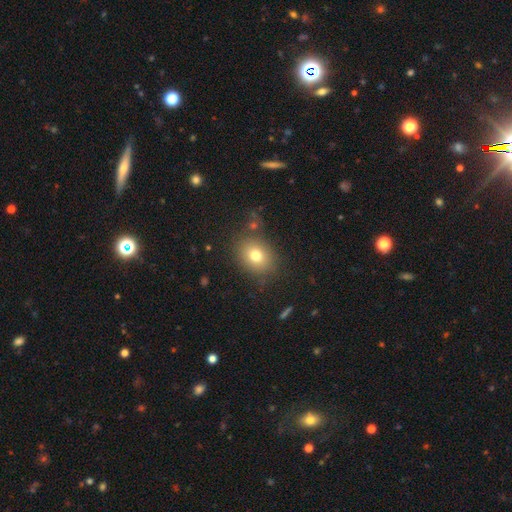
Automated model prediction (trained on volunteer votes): Smooth or featured?
  - smooth: 76% *
  - star or artifact: 12%
  - featured or disk: 11%
How rounded?
  - in between: 52% *
  - round: 47%
  - cigar-shaped: 1%
Merging?
  - none: 80% *
  - minor disturbance: 12%
  - major disturbance: 4%
  - merger: 4%